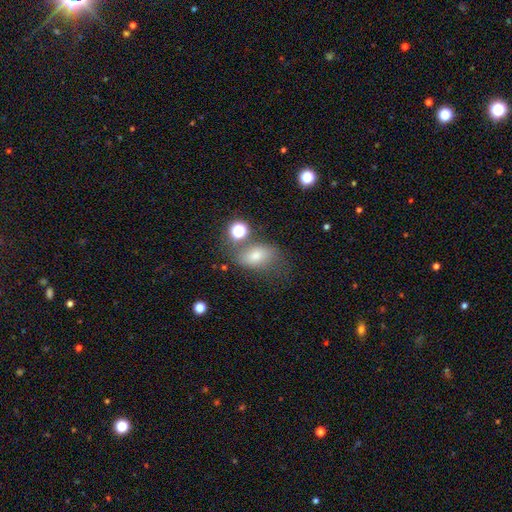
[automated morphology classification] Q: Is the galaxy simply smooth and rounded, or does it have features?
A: smooth — 71%.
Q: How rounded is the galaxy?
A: in between — 81%.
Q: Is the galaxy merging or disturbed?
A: none — 50%.